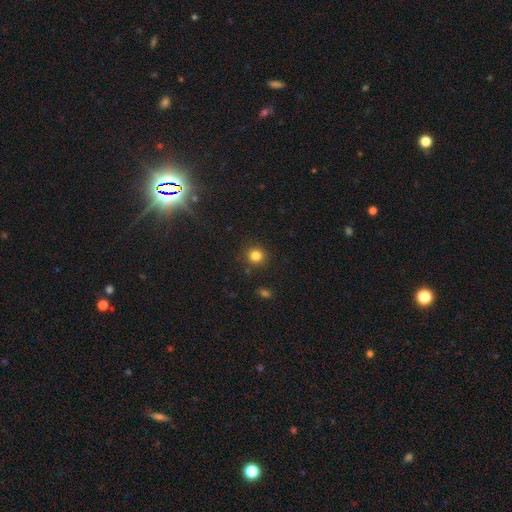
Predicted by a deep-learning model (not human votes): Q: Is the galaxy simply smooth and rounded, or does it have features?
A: smooth — 83%.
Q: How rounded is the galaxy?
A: round — 91%.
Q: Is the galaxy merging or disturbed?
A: none — 89%.